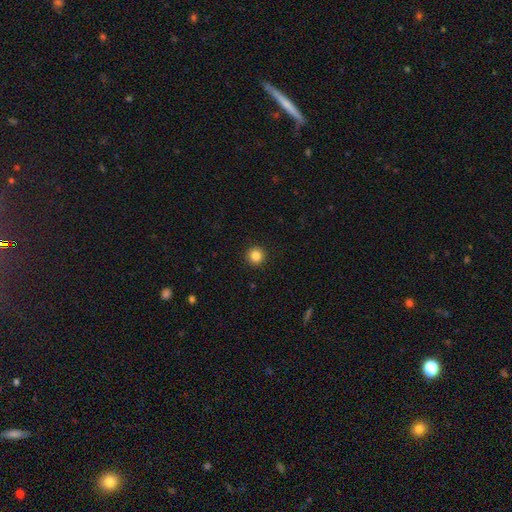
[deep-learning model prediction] Smooth or featured?
  - smooth: 85% *
  - star or artifact: 11%
  - featured or disk: 4%
How rounded?
  - round: 96% *
  - in between: 4%
  - cigar-shaped: 1%
Merging?
  - none: 93% *
  - minor disturbance: 4%
  - major disturbance: 2%
  - merger: 1%